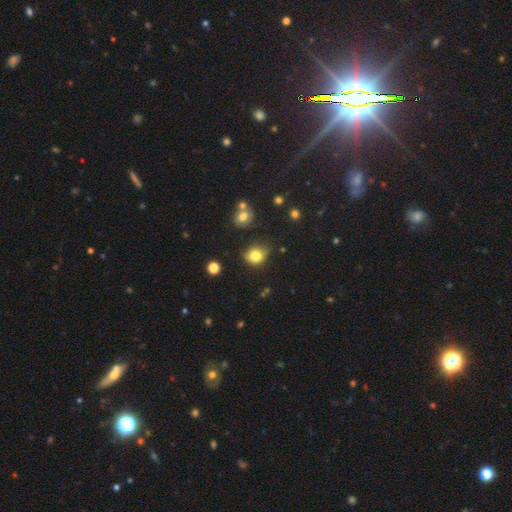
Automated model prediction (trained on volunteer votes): Smooth or featured?
  - smooth: 80% *
  - star or artifact: 12%
  - featured or disk: 9%
How rounded?
  - round: 57% *
  - in between: 42%
  - cigar-shaped: 1%
Merging?
  - none: 64% *
  - minor disturbance: 25%
  - major disturbance: 6%
  - merger: 5%